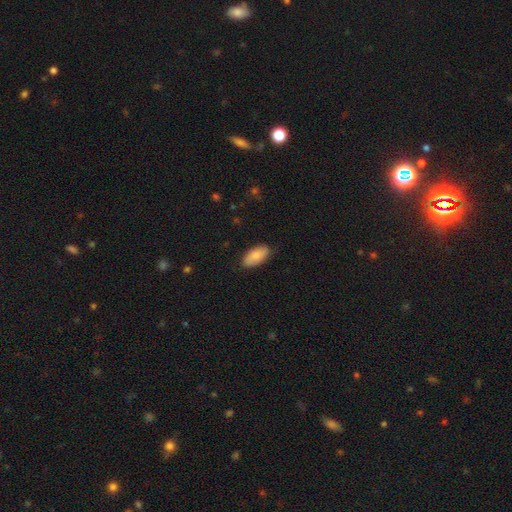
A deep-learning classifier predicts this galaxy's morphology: Q: Smooth or featured?
A: smooth (85%); runner-up: featured or disk (9%)
Q: How rounded?
A: in between (92%); runner-up: cigar-shaped (6%)
Q: Merging?
A: none (86%); runner-up: minor disturbance (11%)